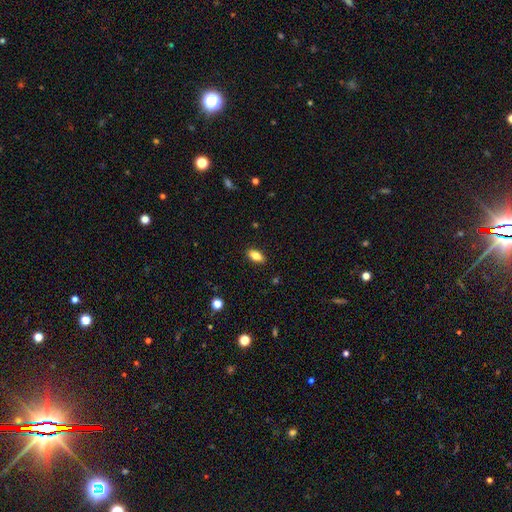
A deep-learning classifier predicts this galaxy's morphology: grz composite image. It shows a smooth galaxy with no disk features (79%) that is in between round and cigar-shaped (87%). Merging: none (89%).